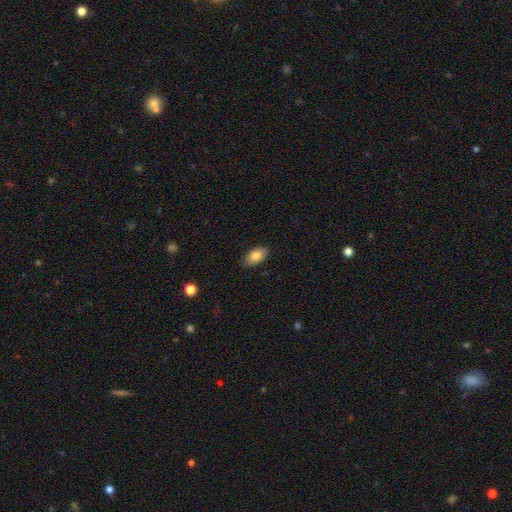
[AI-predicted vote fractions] Smooth or featured? smooth (82%)
How rounded? in between (94%)
Merging? none (86%)